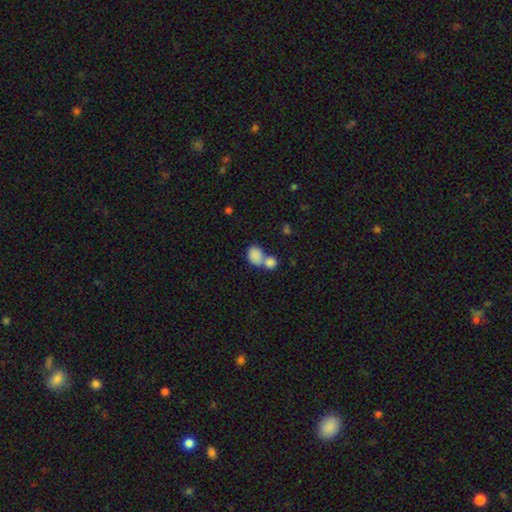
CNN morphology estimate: The model was most divided on "how rounded": in between: 62%, round: 36%, cigar-shaped: 1%. More confident: smooth or featured — smooth (84%); merging — merger (62%).